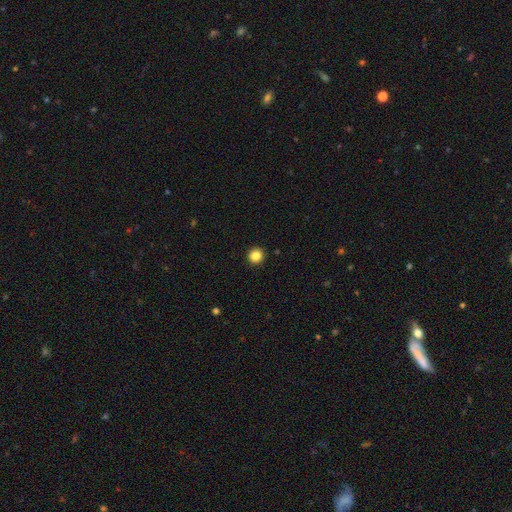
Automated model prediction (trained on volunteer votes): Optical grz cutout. It shows a smooth galaxy with no disk features (85%) that is round (95%). Merging: none (94%).